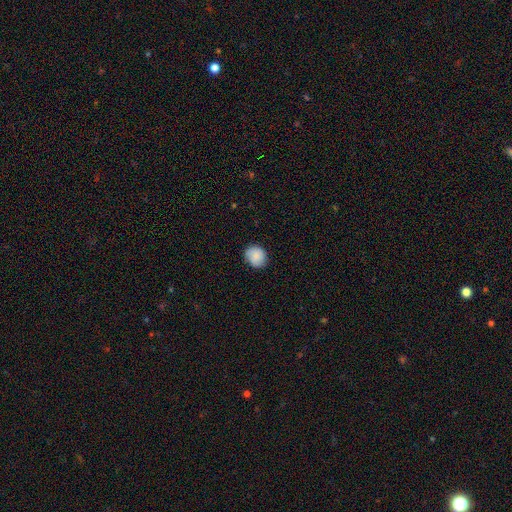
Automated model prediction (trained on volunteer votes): Overall: smooth (85%). How rounded: round (76%). Merging: none (82%).